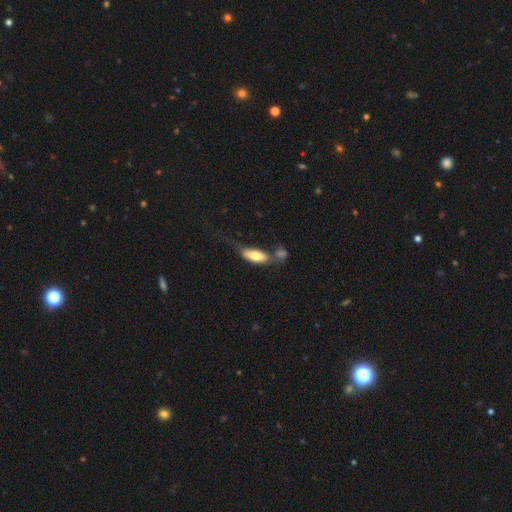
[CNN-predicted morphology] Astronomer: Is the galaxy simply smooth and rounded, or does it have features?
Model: smooth — 71%.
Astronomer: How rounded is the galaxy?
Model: in between — 76%.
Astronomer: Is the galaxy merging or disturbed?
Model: merger — 34% (runner-up: none, 31%).